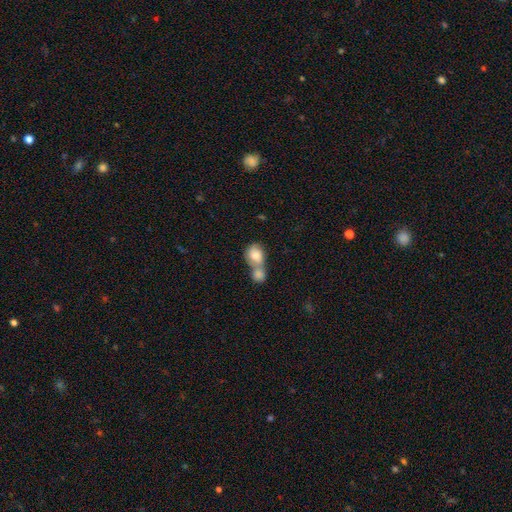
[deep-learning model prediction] smooth 78%, featured or disk 15%, star or artifact 7%. Down the decision tree: how rounded — in between (50%); merging — merger (75%).